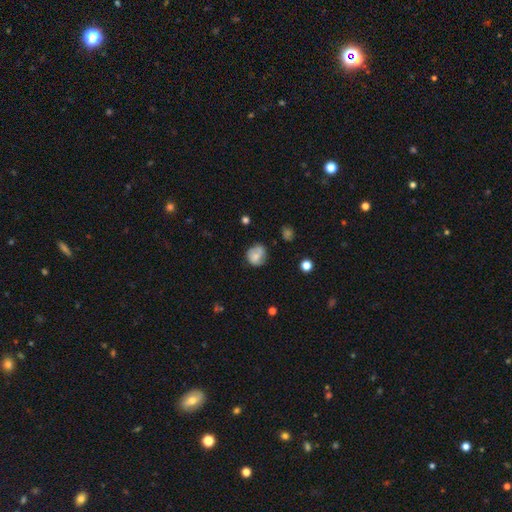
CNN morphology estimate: smooth-or-featured: smooth: 68% | featured or disk: 23% | star or artifact: 9%
  how-rounded: round: 72% | in between: 27% | cigar-shaped: 1%
  merging: none: 54% | minor disturbance: 29% | major disturbance: 10% | merger: 7%